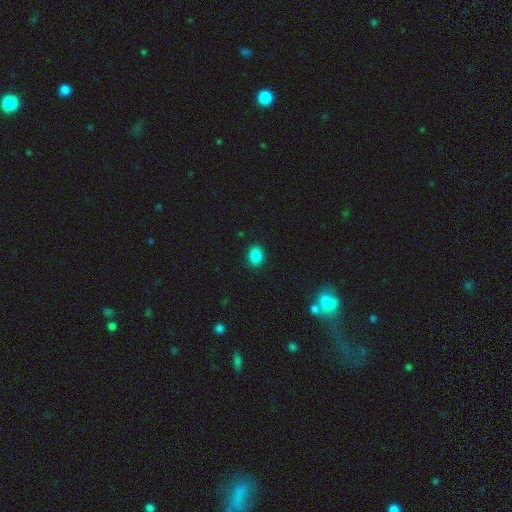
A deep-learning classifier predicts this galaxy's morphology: type=smooth (86%); roundness=in between (61%); merging=none (87%).